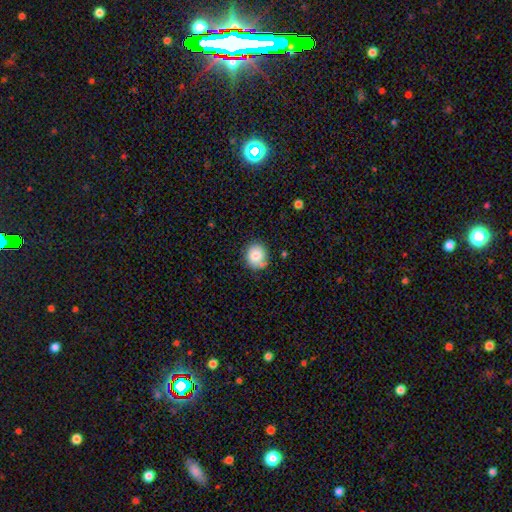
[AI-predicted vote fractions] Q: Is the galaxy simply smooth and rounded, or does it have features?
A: smooth — 84%.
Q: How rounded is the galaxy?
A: round — 77%.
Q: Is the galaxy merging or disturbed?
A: none — 77%.